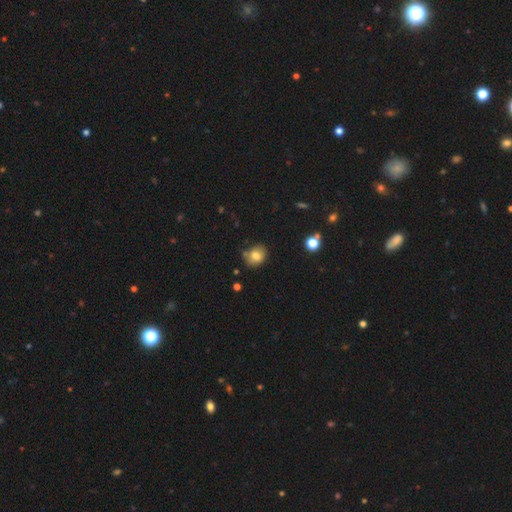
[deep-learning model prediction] A smooth galaxy with no disk features (80%) that is round (54%).

Vote fractions:
- Smooth or featured? smooth: 80% / star or artifact: 10% / featured or disk: 10%
- How rounded? round: 54% / in between: 45% / cigar-shaped: 1%
- Merging? none: 66% / minor disturbance: 23% / merger: 5% / major disturbance: 5%